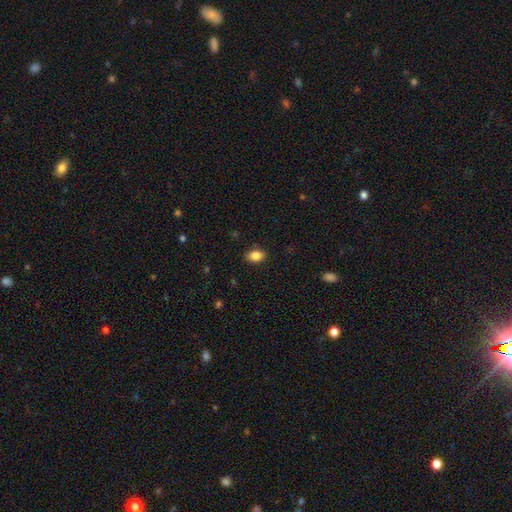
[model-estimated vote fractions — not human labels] A smooth galaxy with no disk features (85%) that is in between round and cigar-shaped (82%). Merging: none (87%).